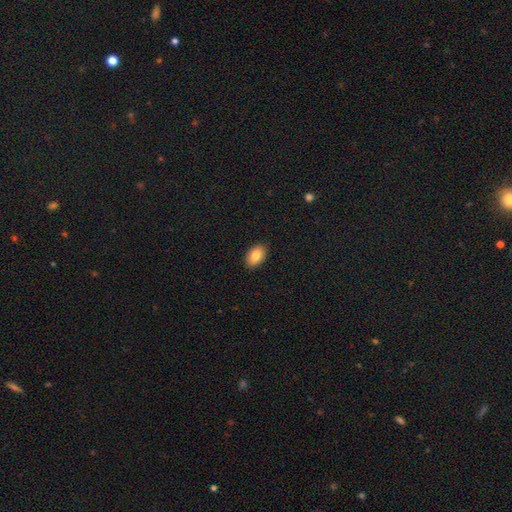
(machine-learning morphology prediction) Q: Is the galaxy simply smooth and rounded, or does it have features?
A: smooth — 83%.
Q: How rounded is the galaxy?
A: in between — 91%.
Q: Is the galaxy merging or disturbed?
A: none — 90%.